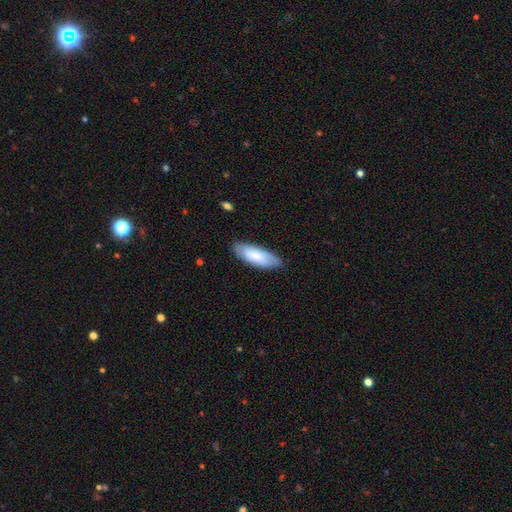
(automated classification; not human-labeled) Q: Smooth or featured?
A: smooth (81%); runner-up: featured or disk (14%)
Q: How rounded?
A: in between (70%); runner-up: cigar-shaped (29%)
Q: Merging?
A: none (82%); runner-up: minor disturbance (14%)